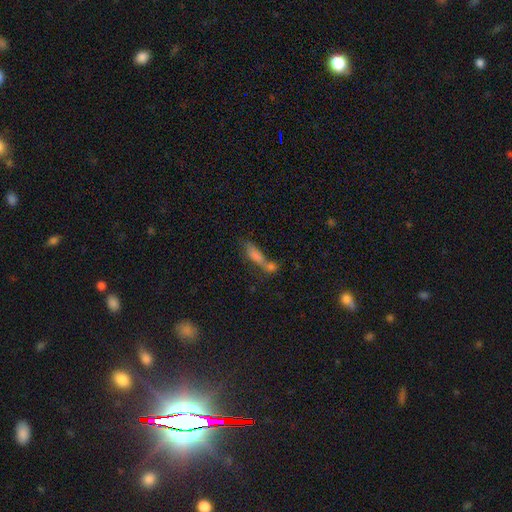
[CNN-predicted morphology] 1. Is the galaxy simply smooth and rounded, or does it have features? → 67% smooth, 19% featured or disk, 14% star or artifact.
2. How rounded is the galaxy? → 49% cigar-shaped, 47% in between, 4% round.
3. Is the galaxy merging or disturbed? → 55% merger, 28% none, 10% minor disturbance, 7% major disturbance.